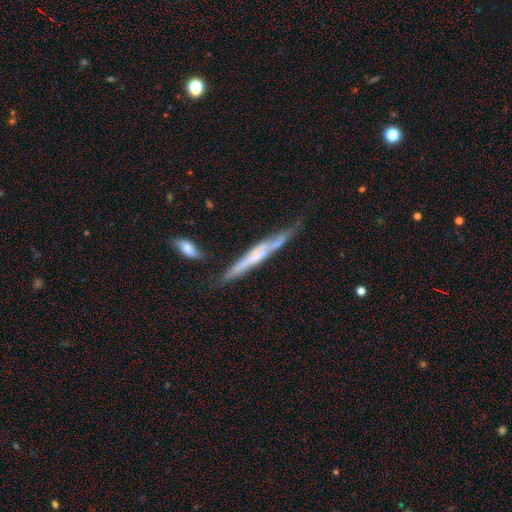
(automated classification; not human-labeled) Smooth or featured? Predicted: featured or disk (p=0.62). Edge-on disk? Predicted: yes (p=0.91). Edge-on bulge? Predicted: none (p=0.54). Merging? Predicted: none (p=0.62).